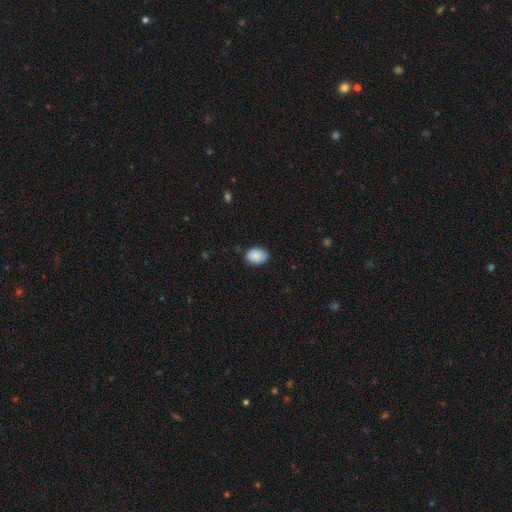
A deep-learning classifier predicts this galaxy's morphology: Q: Smooth or featured?
A: smooth (88%); runner-up: star or artifact (7%)
Q: How rounded?
A: in between (75%); runner-up: round (24%)
Q: Merging?
A: none (82%); runner-up: minor disturbance (14%)